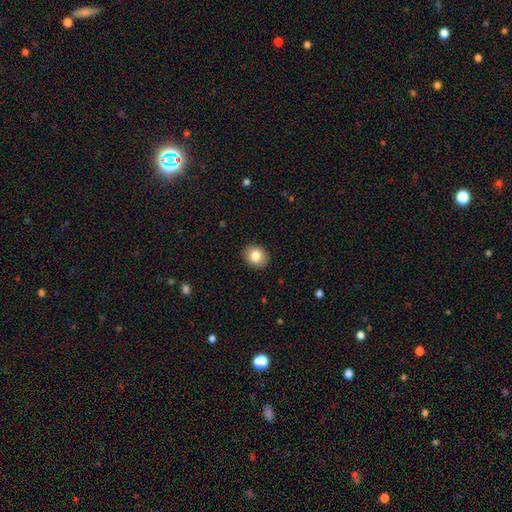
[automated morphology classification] smooth 83%, star or artifact 9%, featured or disk 8%. Down the decision tree: how rounded — round (50%); merging — none (90%).